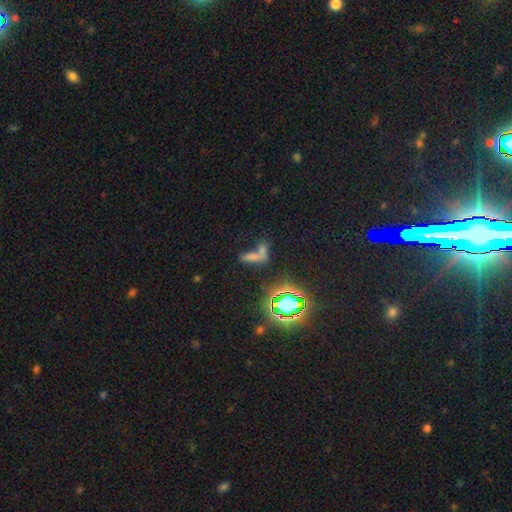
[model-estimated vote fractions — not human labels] The model was most divided on "smooth or featured": smooth: 52%, star or artifact: 32%, featured or disk: 16%. More confident: how rounded — in between (56%); merging — merger (54%).